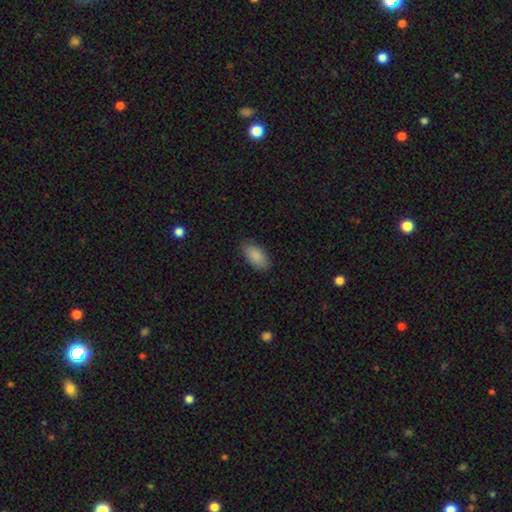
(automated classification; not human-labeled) Q: Smooth or featured?
A: smooth (88%); runner-up: star or artifact (7%)
Q: How rounded?
A: in between (93%); runner-up: cigar-shaped (4%)
Q: Merging?
A: none (83%); runner-up: minor disturbance (13%)